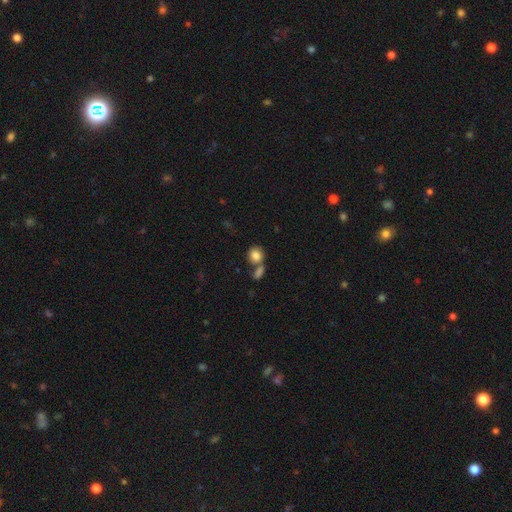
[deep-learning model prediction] Smooth or featured: smooth — 85% (star or artifact — 9%)
How rounded: round — 77% (in between — 21%)
Merging: none — 52% (merger — 34%)